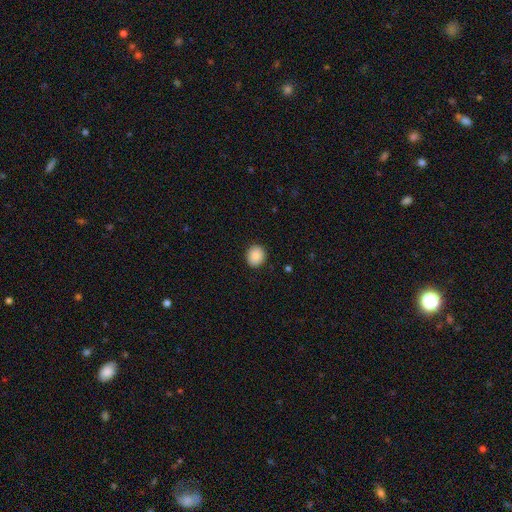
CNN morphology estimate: type=smooth (89%); roundness=round (78%); merging=none (90%).